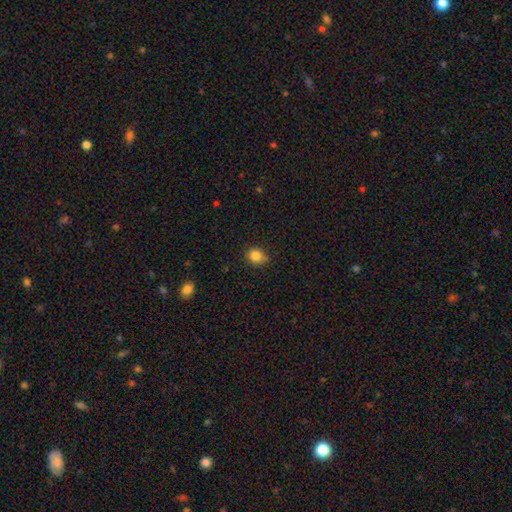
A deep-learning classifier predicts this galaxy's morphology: Overall: smooth (83%). How rounded: round (64%; in between 35%). Merging: none (73%).